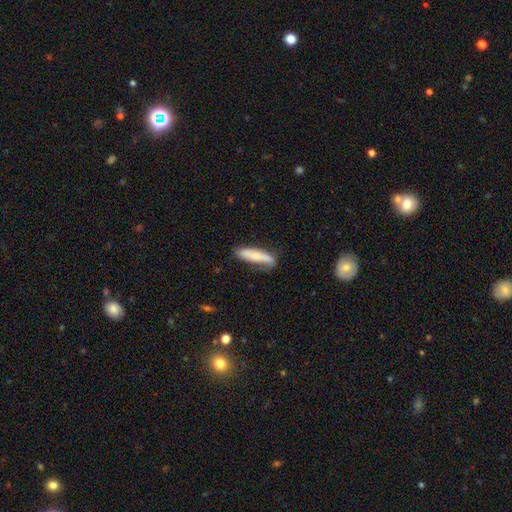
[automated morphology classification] The model was most divided on "smooth or featured": smooth: 62%, featured or disk: 32%, star or artifact: 6%. More confident: how rounded — cigar-shaped (71%); merging — none (66%).